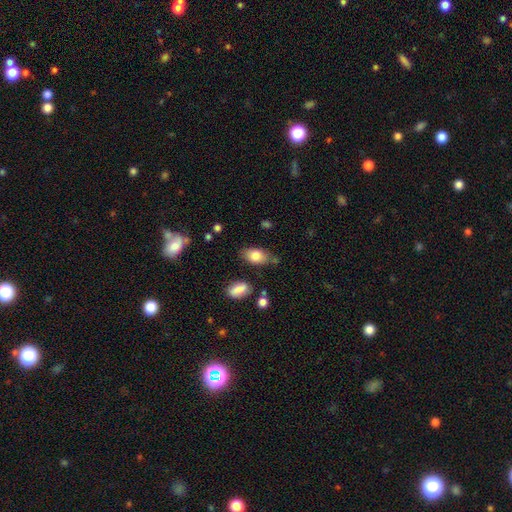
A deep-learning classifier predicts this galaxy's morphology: Q: Smooth or featured?
A: smooth (80%); runner-up: featured or disk (12%)
Q: How rounded?
A: in between (89%); runner-up: round (7%)
Q: Merging?
A: none (71%); runner-up: minor disturbance (19%)